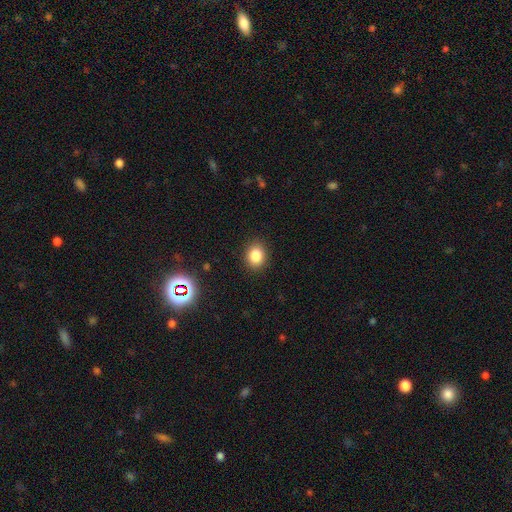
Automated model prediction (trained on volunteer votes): Smooth or featured?
  - smooth: 84% *
  - star or artifact: 11%
  - featured or disk: 5%
How rounded?
  - round: 54% *
  - in between: 45%
  - cigar-shaped: 1%
Merging?
  - none: 89% *
  - minor disturbance: 8%
  - major disturbance: 3%
  - merger: 1%